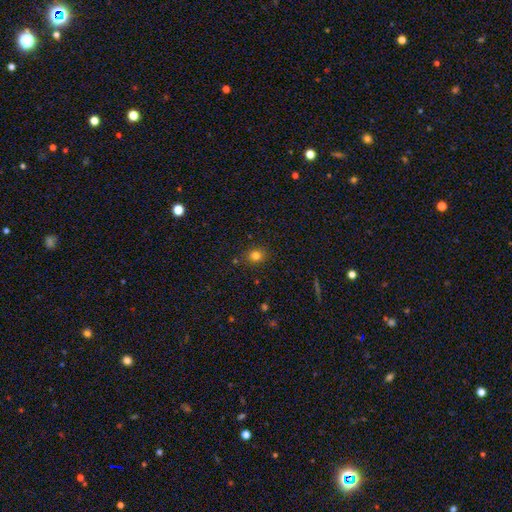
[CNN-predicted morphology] This appears to be a smooth galaxy with no disk features (78%) that is round (77%). Merging: none (85%).